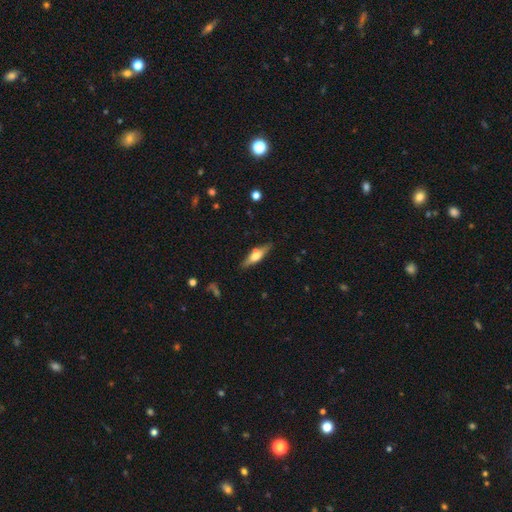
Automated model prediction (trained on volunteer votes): Overall: featured or disk (55%; smooth 38%). Edge-on disk: yes (93%). Edge-on bulge: rounded (86%). Merging: none (82%).